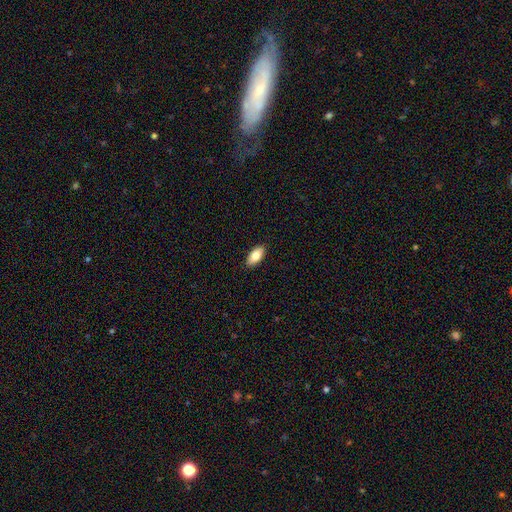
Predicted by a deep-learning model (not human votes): The model was most divided on "smooth or featured": smooth: 84%, featured or disk: 10%, star or artifact: 7%. More confident: how rounded — in between (92%); merging — none (89%).